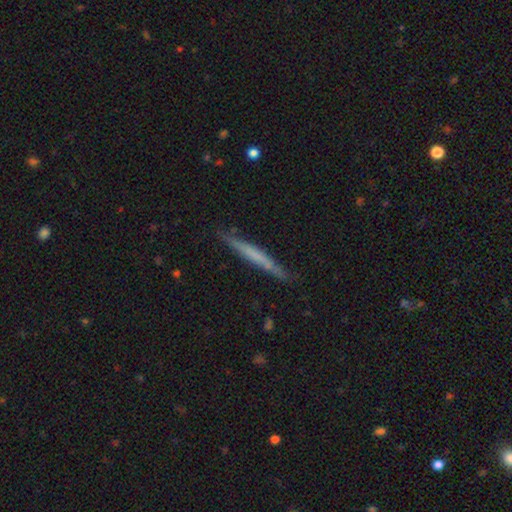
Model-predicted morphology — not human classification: Q: Smooth or featured?
A: smooth (49%); runner-up: featured or disk (46%)
Q: Merging?
A: none (85%); runner-up: minor disturbance (11%)